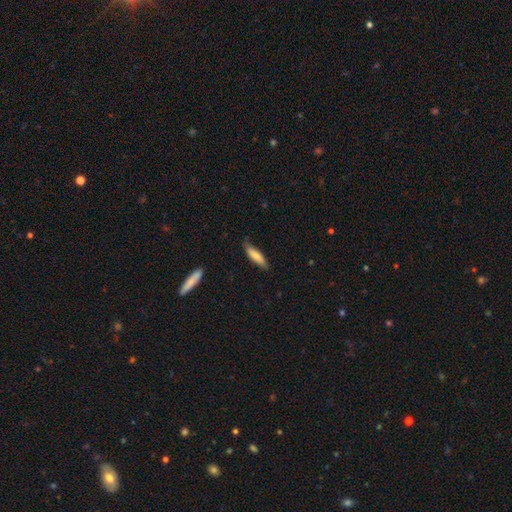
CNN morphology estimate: This appears to be a smooth galaxy with no disk features (79%) that is cigar-shaped (68%). Merging: none (75%).